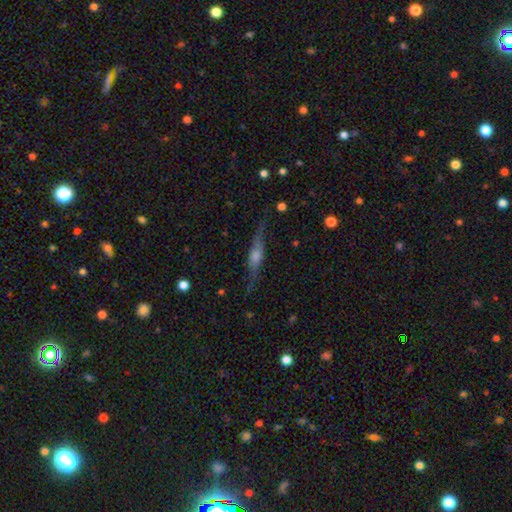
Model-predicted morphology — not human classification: Overall: featured or disk (65%; smooth 27%). Edge-on disk: yes (91%). Edge-on bulge: rounded (74%). Merging: none (75%).